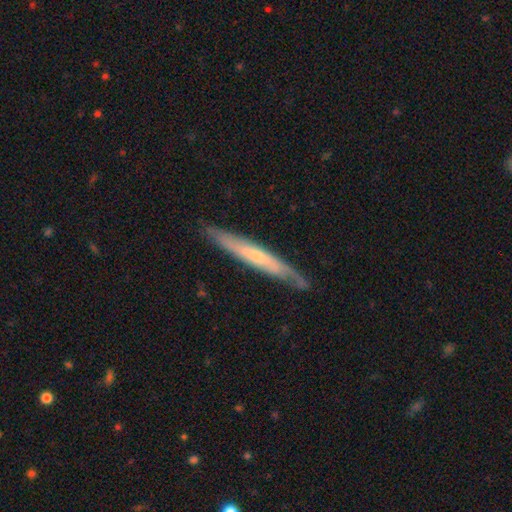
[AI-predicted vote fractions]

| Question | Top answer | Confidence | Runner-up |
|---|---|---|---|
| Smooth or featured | featured or disk | 58% | smooth (37%) |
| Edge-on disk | yes | 78% | no (22%) |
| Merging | none | 81% | minor disturbance (14%) |